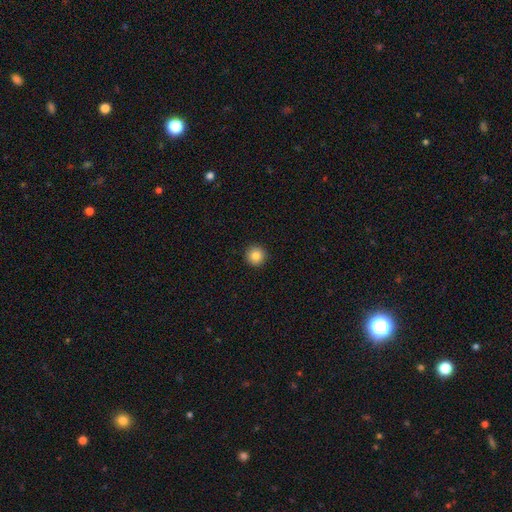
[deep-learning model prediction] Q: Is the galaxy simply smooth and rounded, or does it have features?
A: smooth — 84%.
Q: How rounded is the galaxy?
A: round — 96%.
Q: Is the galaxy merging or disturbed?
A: none — 93%.